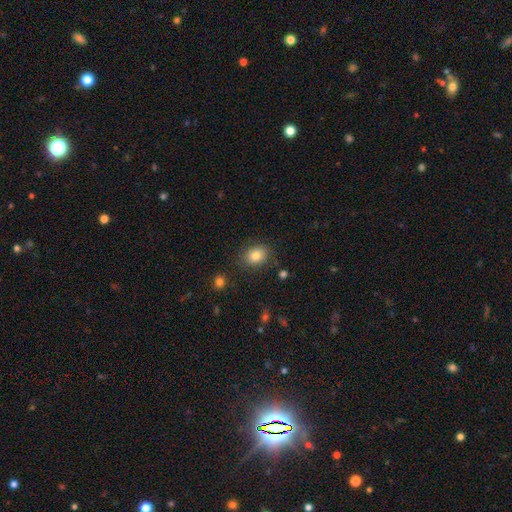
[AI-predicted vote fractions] Smooth or featured? smooth (82%)
How rounded? in between (53%)
Merging? none (82%)